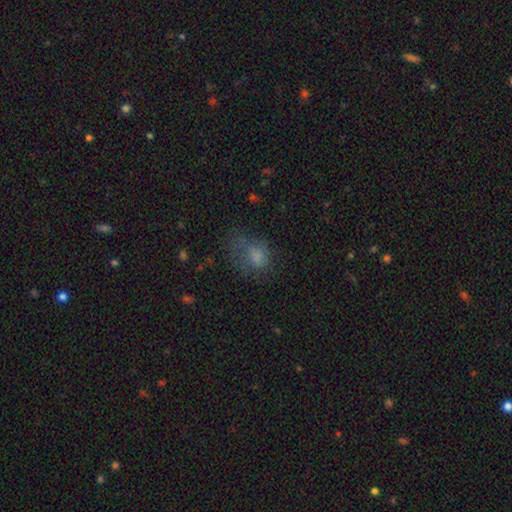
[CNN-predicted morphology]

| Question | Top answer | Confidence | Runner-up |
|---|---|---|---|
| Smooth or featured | smooth | 68% | featured or disk (17%) |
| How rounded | in between | 57% | round (42%) |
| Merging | none | 37% | major disturbance (35%) |